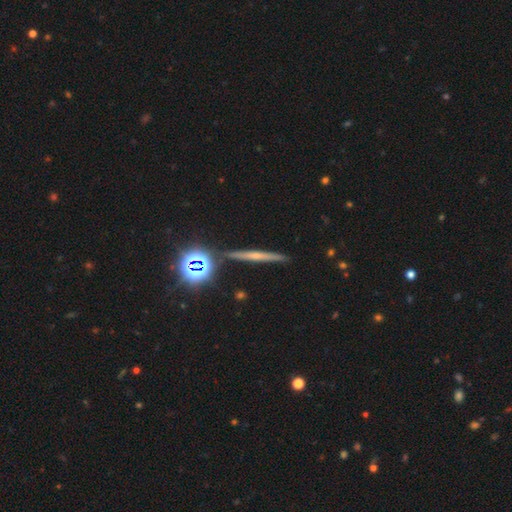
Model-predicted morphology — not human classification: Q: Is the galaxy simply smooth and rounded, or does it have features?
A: featured or disk — 49%.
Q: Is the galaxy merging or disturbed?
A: none — 89%.